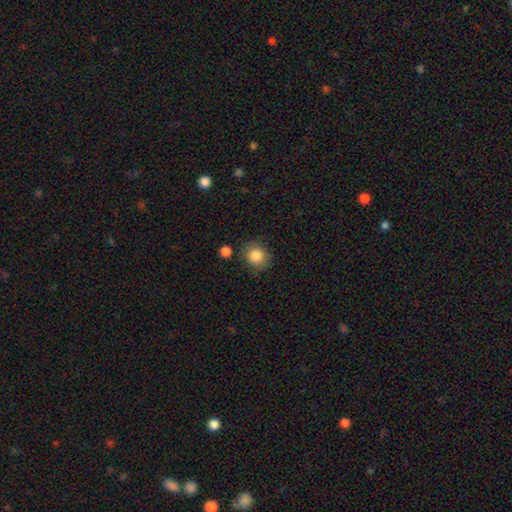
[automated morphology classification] A smooth galaxy with no disk features (85%) that is round (83%). Merging: none (79%).